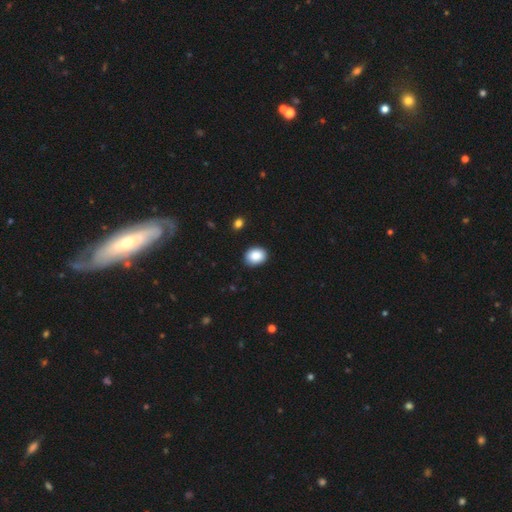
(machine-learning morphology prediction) Smooth or featured: smooth — 89% (star or artifact — 8%)
How rounded: in between — 59% (round — 40%)
Merging: none — 88% (minor disturbance — 9%)